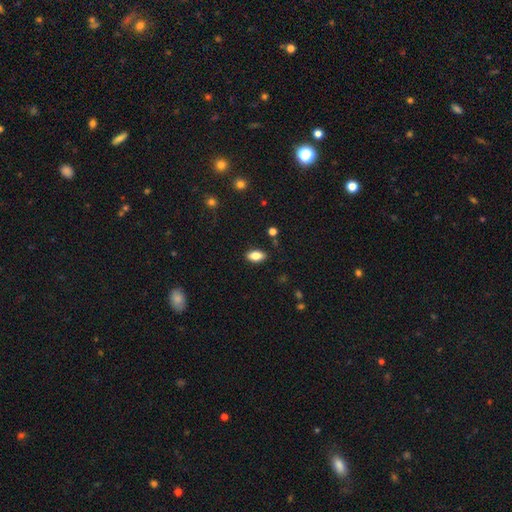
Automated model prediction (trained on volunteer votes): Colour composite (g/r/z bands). It shows a smooth galaxy with no disk features (80%) that is in between round and cigar-shaped (90%). Merging: none (87%).